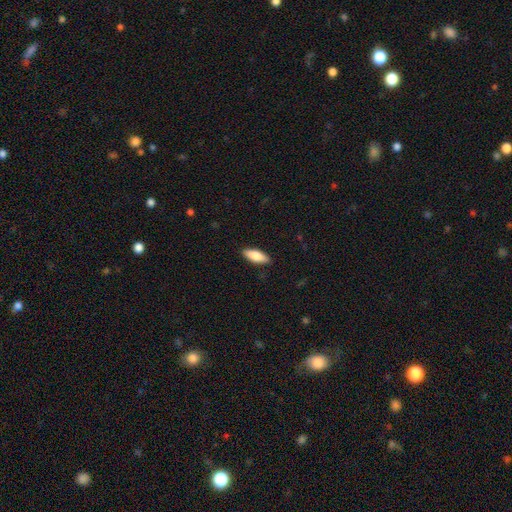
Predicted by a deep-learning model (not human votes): Smooth or featured? smooth (81%)
How rounded? in between (71%)
Merging? none (89%)